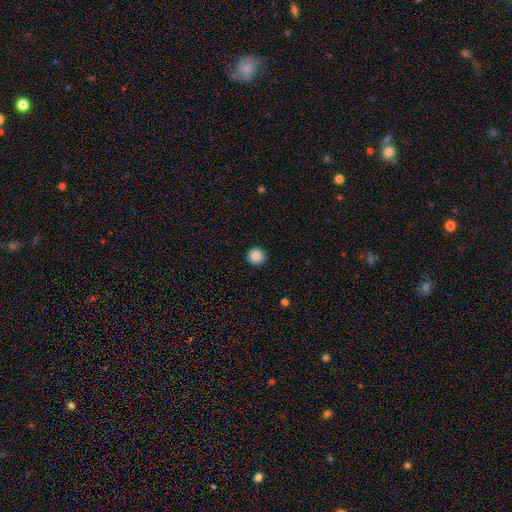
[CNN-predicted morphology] Smooth or featured?
  - smooth: 87% *
  - star or artifact: 9%
  - featured or disk: 4%
How rounded?
  - round: 94% *
  - in between: 6%
  - cigar-shaped: 1%
Merging?
  - none: 90% *
  - minor disturbance: 7%
  - major disturbance: 2%
  - merger: 1%